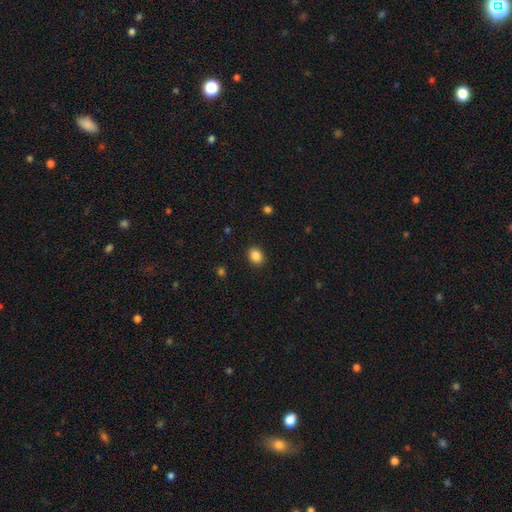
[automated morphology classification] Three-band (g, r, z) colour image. It shows a smooth galaxy with no disk features (87%) that is round (53%). Merging: none (90%).